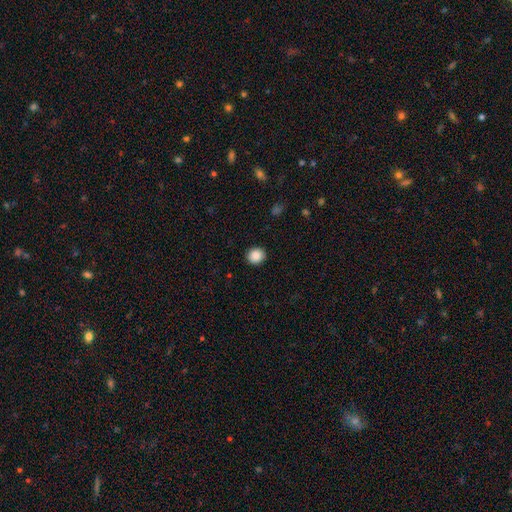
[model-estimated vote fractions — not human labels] Smooth or featured?
  - smooth: 88% *
  - star or artifact: 9%
  - featured or disk: 3%
How rounded?
  - round: 86% *
  - in between: 14%
  - cigar-shaped: 1%
Merging?
  - none: 91% *
  - minor disturbance: 6%
  - major disturbance: 2%
  - merger: 1%